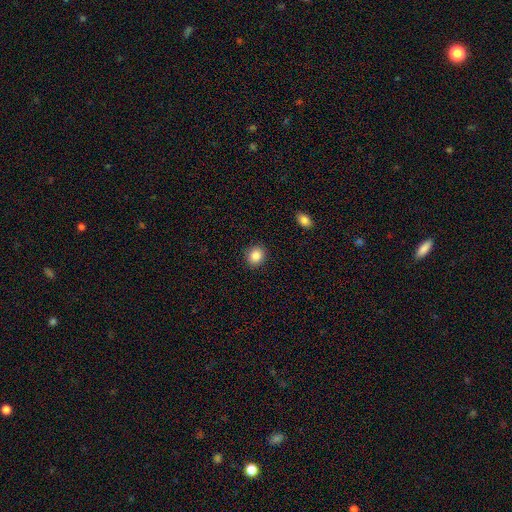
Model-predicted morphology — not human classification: Smooth or featured?
  - smooth: 86% *
  - star or artifact: 9%
  - featured or disk: 5%
How rounded?
  - round: 80% *
  - in between: 19%
  - cigar-shaped: 1%
Merging?
  - none: 91% *
  - minor disturbance: 6%
  - major disturbance: 2%
  - merger: 1%